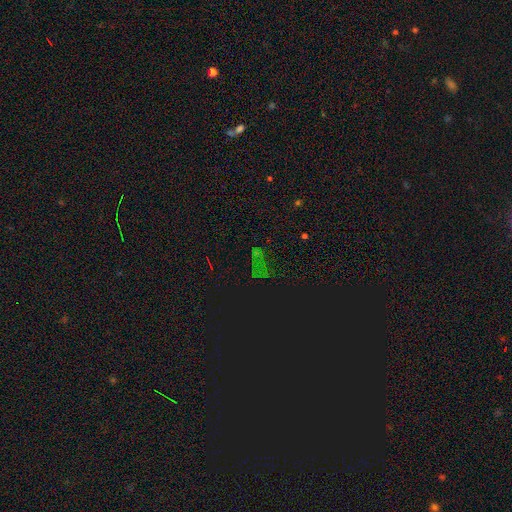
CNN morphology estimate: Overall: star or artifact (69%).